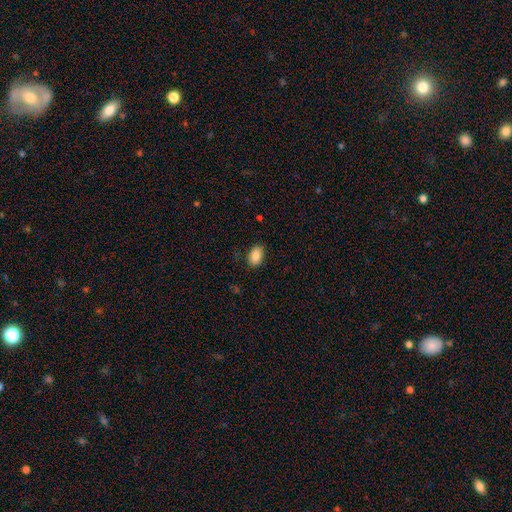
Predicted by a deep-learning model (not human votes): This appears to be a smooth galaxy with no disk features (87%) that is in between round and cigar-shaped (87%). Merging: none (86%).